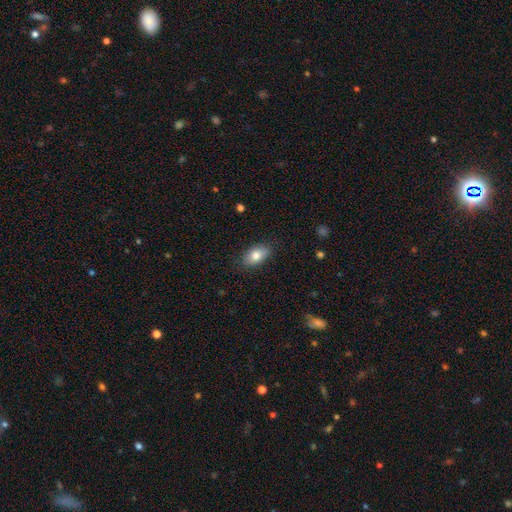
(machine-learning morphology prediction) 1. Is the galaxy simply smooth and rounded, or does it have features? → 79% smooth, 13% featured or disk, 7% star or artifact.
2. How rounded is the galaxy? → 91% in between, 7% round, 3% cigar-shaped.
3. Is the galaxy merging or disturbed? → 85% none, 11% minor disturbance, 2% major disturbance, 1% merger.